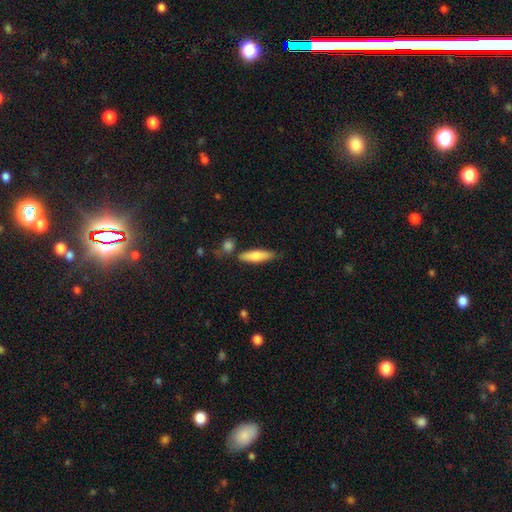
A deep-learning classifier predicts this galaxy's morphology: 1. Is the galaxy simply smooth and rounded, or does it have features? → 75% smooth, 19% featured or disk, 6% star or artifact.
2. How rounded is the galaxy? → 64% cigar-shaped, 34% in between, 2% round.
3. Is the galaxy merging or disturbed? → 72% none, 17% minor disturbance, 7% merger, 4% major disturbance.